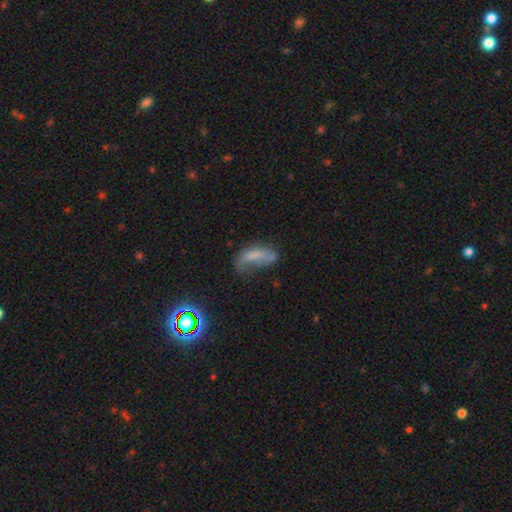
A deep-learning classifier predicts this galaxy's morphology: Smooth or featured? smooth (56%)
How rounded? in between (78%)
Merging? major disturbance (38%)